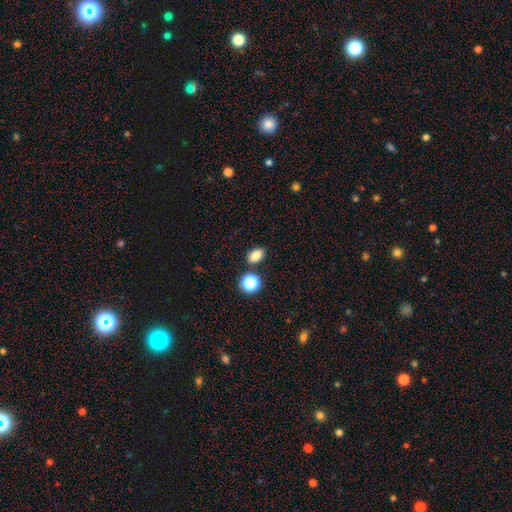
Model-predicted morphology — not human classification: A smooth galaxy with no disk features (81%) that is in between round and cigar-shaped (79%). Merging: none (81%).